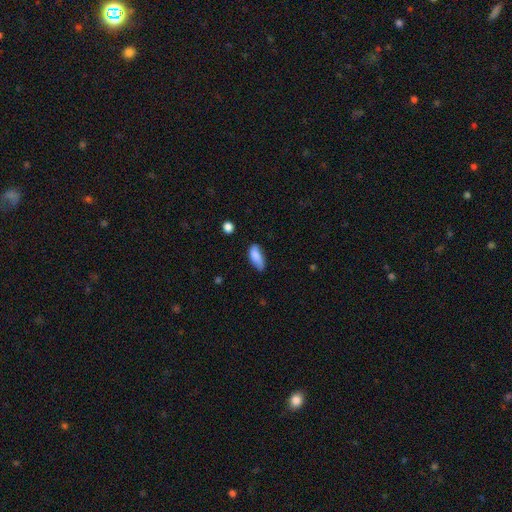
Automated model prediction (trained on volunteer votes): A smooth galaxy with no disk features (83%) that is in between round and cigar-shaped (84%).

Vote fractions:
- Smooth or featured? smooth: 83% / featured or disk: 10% / star or artifact: 7%
- How rounded? in between: 84% / cigar-shaped: 13% / round: 3%
- Merging? none: 60% / minor disturbance: 32% / major disturbance: 6% / merger: 2%